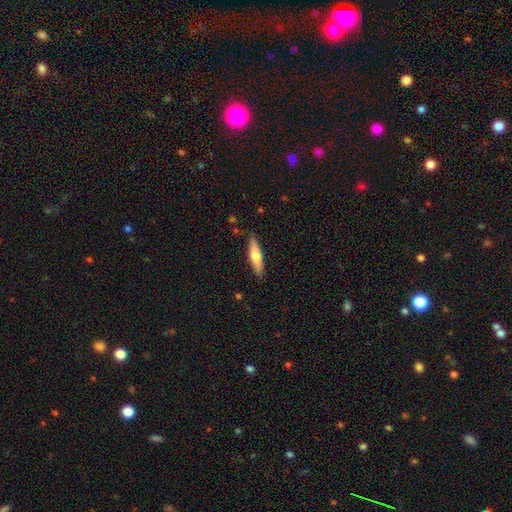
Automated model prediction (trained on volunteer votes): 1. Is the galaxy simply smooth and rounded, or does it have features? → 54% smooth, 40% featured or disk, 6% star or artifact.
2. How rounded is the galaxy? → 75% cigar-shaped, 23% in between, 2% round.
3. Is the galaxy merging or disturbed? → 87% none, 10% minor disturbance, 2% major disturbance, 1% merger.